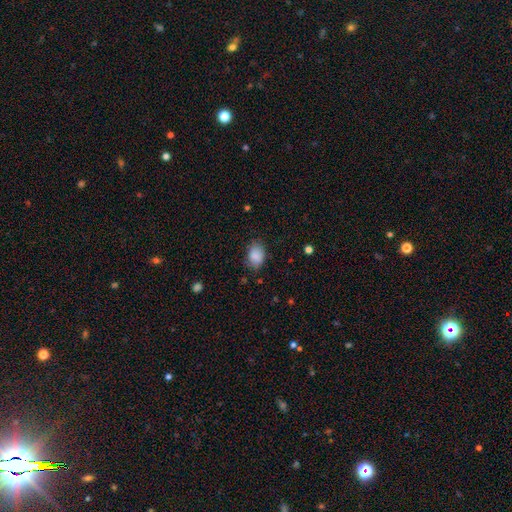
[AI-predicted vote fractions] Morphology: type=smooth (87%); roundness=in between (78%); merging=none (72%).